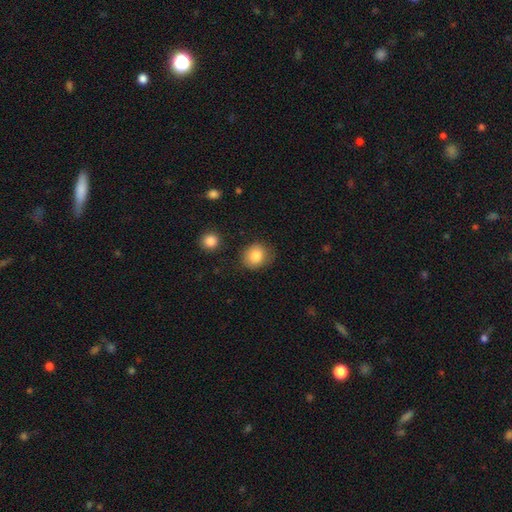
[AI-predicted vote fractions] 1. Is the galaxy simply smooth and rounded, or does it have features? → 85% smooth, 9% star or artifact, 7% featured or disk.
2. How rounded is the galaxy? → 67% round, 32% in between, 1% cigar-shaped.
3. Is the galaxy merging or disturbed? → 77% none, 16% minor disturbance, 4% major disturbance, 2% merger.